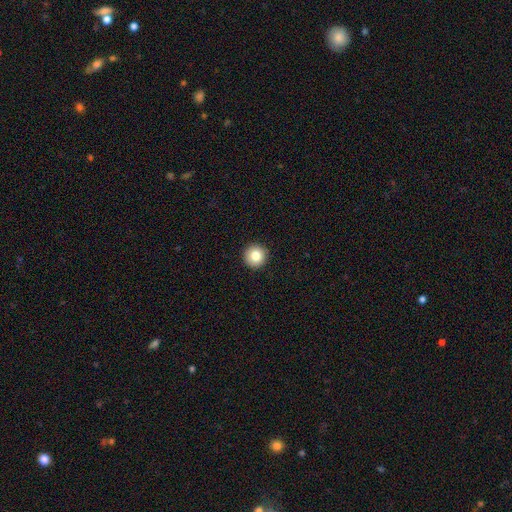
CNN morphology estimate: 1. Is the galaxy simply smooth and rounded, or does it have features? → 82% smooth, 10% star or artifact, 8% featured or disk.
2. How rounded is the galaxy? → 96% round, 3% in between, 1% cigar-shaped.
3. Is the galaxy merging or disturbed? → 94% none, 4% minor disturbance, 1% major disturbance, 1% merger.